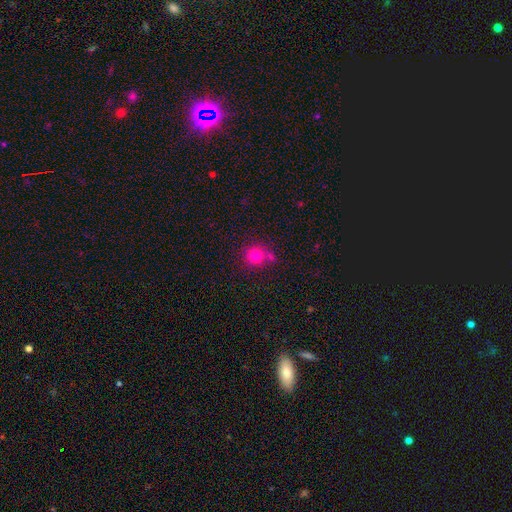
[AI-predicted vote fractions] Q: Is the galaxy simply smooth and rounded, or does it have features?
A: smooth — 77%.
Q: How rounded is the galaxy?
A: round — 89%.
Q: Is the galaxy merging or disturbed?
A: none — 65%.